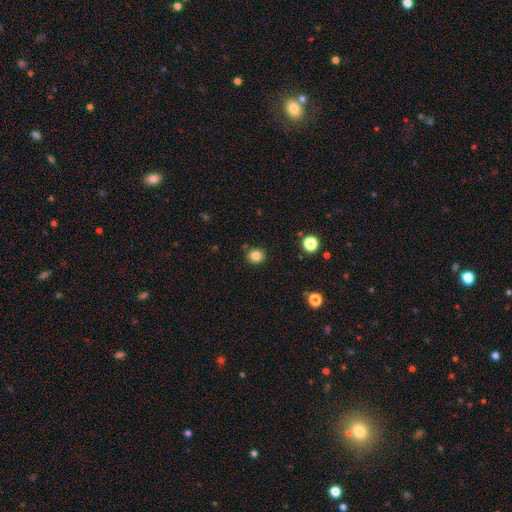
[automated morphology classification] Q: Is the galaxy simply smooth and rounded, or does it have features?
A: smooth — 83%.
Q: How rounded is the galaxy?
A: round — 79%.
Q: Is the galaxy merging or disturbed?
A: none — 88%.